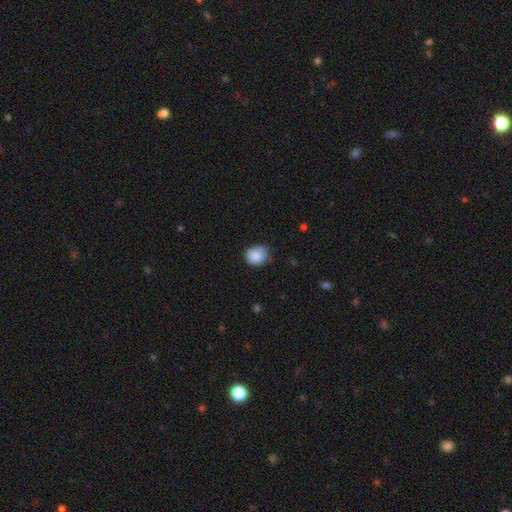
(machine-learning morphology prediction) smooth 85%, star or artifact 8%, featured or disk 7%. Down the decision tree: how rounded — round (74%); merging — none (68%).